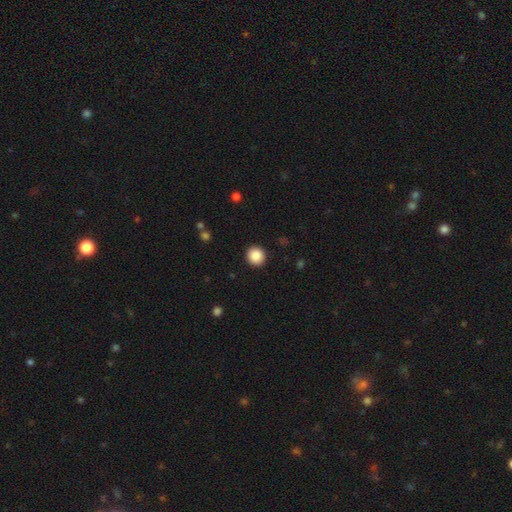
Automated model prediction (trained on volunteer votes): A smooth galaxy with no disk features (88%) that is round (91%).

Vote fractions:
- Smooth or featured? smooth: 88% / star or artifact: 9% / featured or disk: 3%
- How rounded? round: 91% / in between: 9% / cigar-shaped: 1%
- Merging? none: 92% / minor disturbance: 5% / major disturbance: 2% / merger: 1%